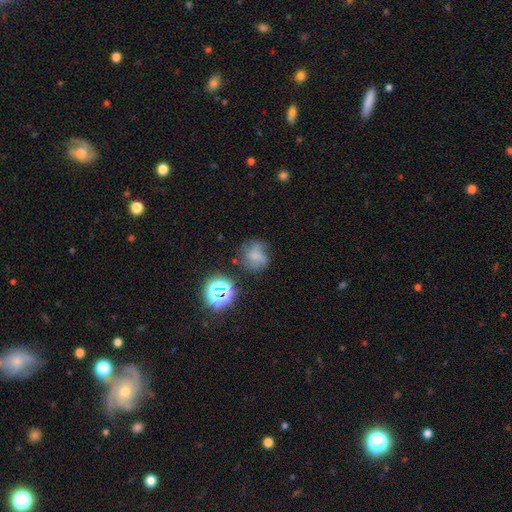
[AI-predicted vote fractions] Smooth or featured? Predicted: smooth (p=0.58). How rounded? Predicted: round (p=0.76). Merging? Predicted: none (p=0.54).